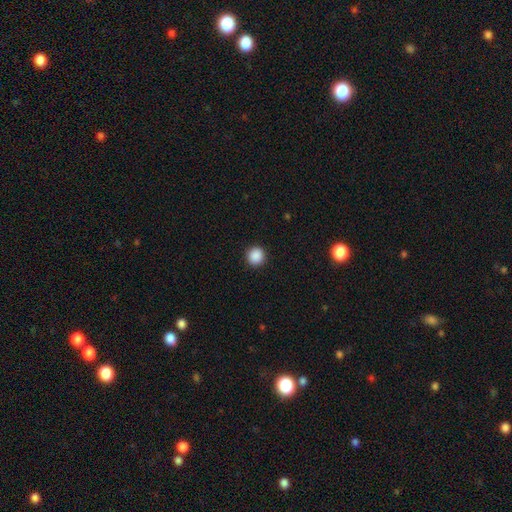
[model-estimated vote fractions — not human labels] smooth_or_featured: smooth (p=0.89) [alt: star or artifact p=0.09]
how_rounded: round (p=0.93) [alt: in between p=0.06]
merging: none (p=0.92) [alt: minor disturbance p=0.05]